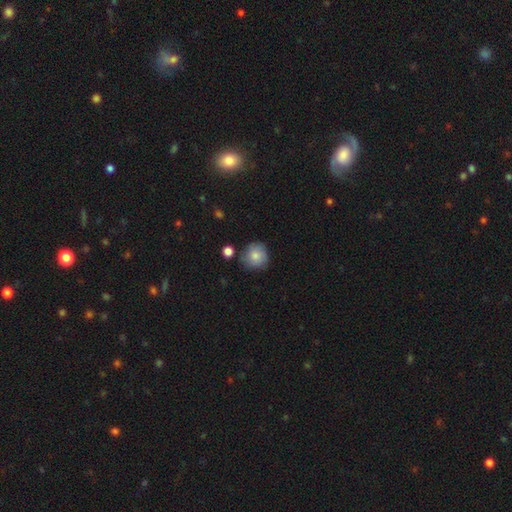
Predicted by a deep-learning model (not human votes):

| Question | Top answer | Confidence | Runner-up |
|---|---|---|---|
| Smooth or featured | smooth | 82% | featured or disk (10%) |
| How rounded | round | 91% | in between (8%) |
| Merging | none | 75% | minor disturbance (17%) |